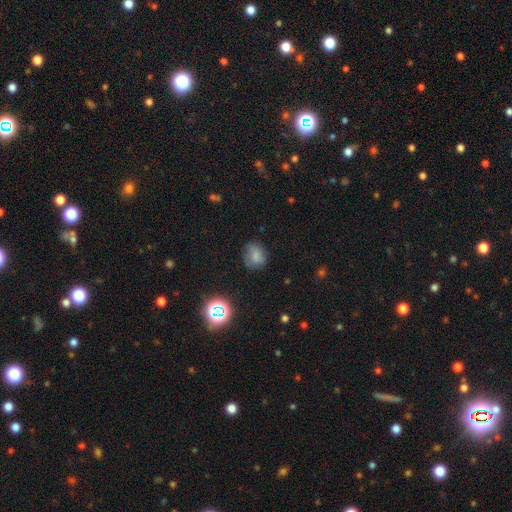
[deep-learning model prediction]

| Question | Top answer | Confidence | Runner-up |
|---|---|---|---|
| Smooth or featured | smooth | 72% | star or artifact (16%) |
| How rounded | round | 65% | in between (34%) |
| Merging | none | 72% | minor disturbance (20%) |